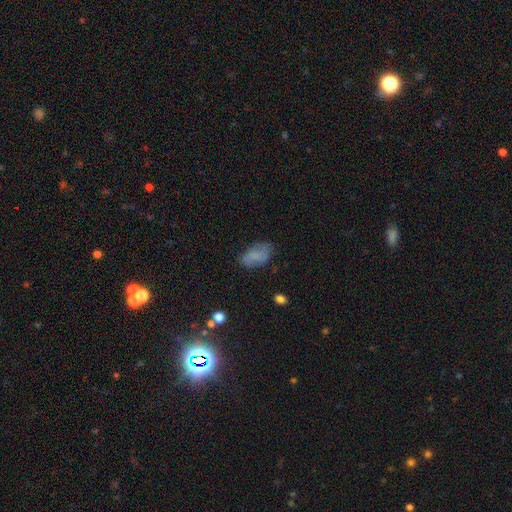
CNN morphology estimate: smooth-or-featured: smooth: 71% | featured or disk: 19% | star or artifact: 10%
  how-rounded: in between: 92% | round: 6% | cigar-shaped: 3%
  merging: none: 70% | minor disturbance: 21% | major disturbance: 7% | merger: 2%